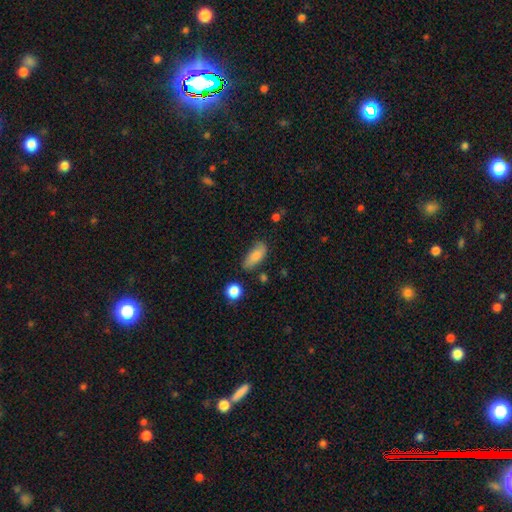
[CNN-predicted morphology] type=smooth (81%); roundness=in between (84%); merging=none (68%).